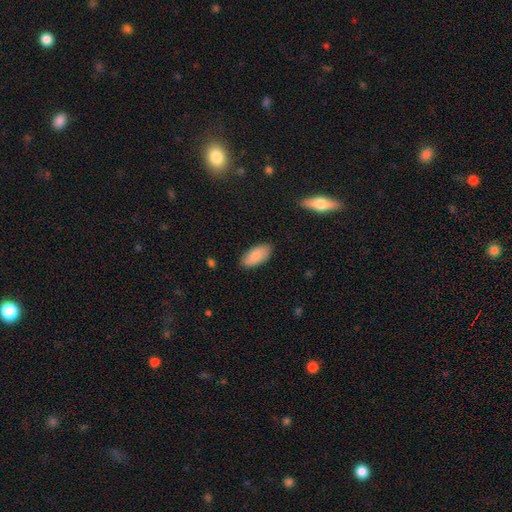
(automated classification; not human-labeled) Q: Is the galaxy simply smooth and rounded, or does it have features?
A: smooth — 84%.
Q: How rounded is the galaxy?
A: in between — 93%.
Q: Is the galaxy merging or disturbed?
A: none — 86%.